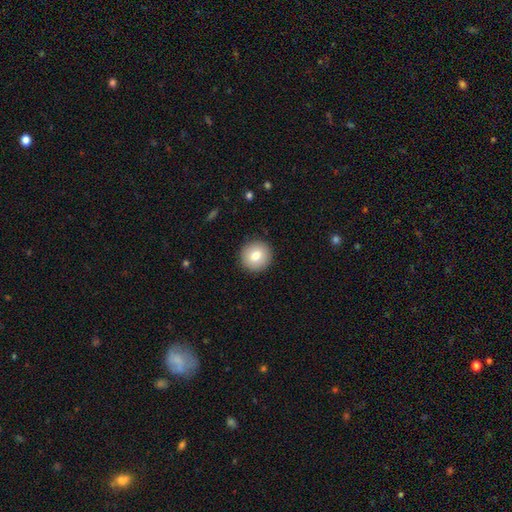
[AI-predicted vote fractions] A smooth galaxy with no disk features (80%) that is round (94%).

Vote fractions:
- Smooth or featured? smooth: 80% / featured or disk: 12% / star or artifact: 8%
- How rounded? round: 94% / in between: 5% / cigar-shaped: 1%
- Merging? none: 92% / minor disturbance: 6% / major disturbance: 2% / merger: 1%